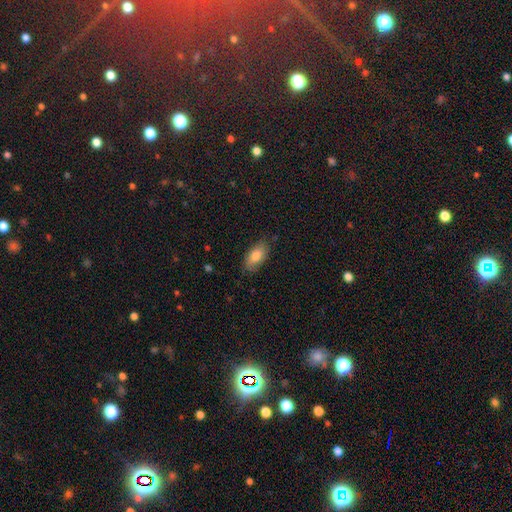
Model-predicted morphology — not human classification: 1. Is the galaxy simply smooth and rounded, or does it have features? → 80% smooth, 13% featured or disk, 7% star or artifact.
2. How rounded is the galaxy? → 91% in between, 6% cigar-shaped, 3% round.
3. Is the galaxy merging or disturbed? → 80% none, 16% minor disturbance, 3% major disturbance, 1% merger.